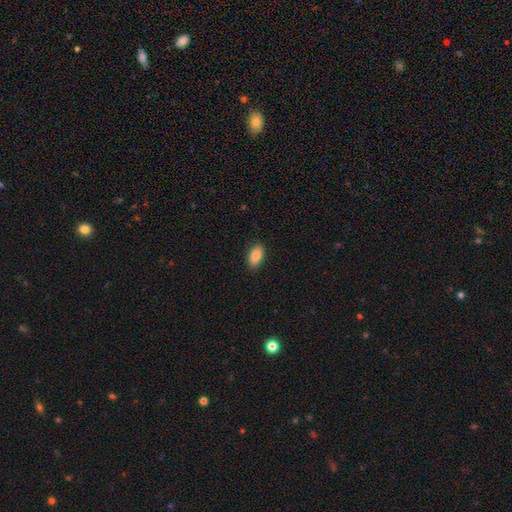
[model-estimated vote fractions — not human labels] Q: Smooth or featured?
A: smooth (87%); runner-up: star or artifact (7%)
Q: How rounded?
A: in between (93%); runner-up: round (4%)
Q: Merging?
A: none (88%); runner-up: minor disturbance (9%)